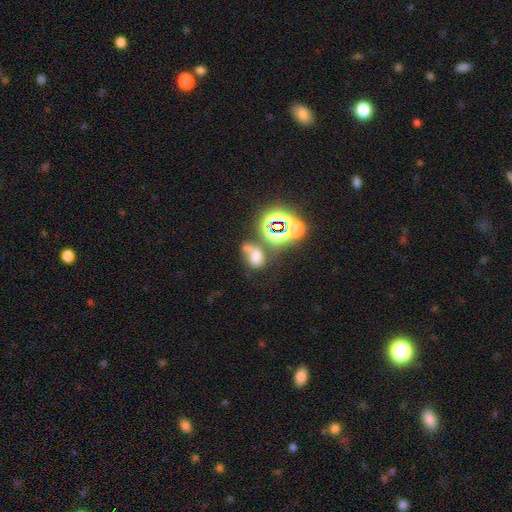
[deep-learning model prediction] A smooth galaxy with no disk features (49%). Merging: merger (33%).